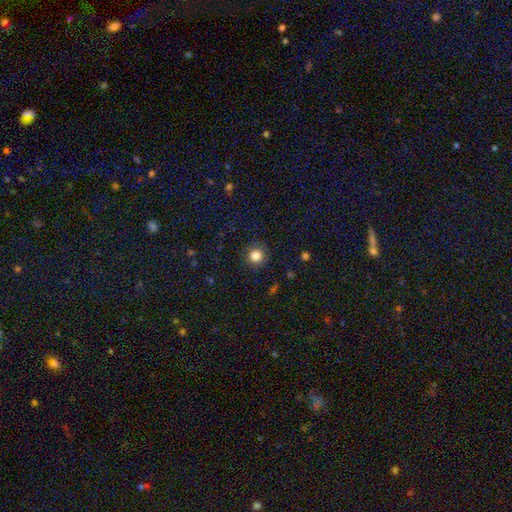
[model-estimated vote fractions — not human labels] The model was most divided on "smooth or featured": smooth: 83%, star or artifact: 11%, featured or disk: 6%. More confident: how rounded — round (93%); merging — none (88%).